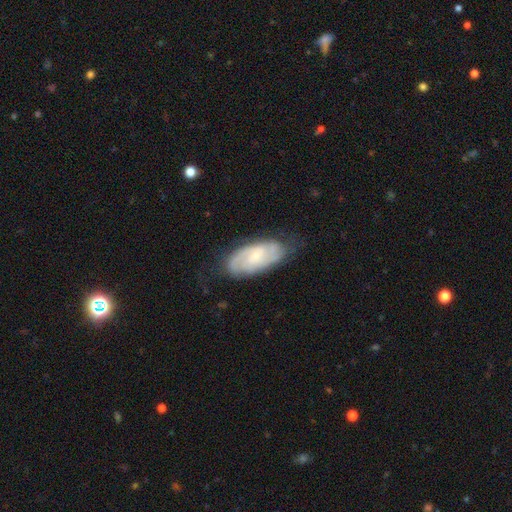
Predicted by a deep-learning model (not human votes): Morphology: type=featured or disk (70%); edge-on=no (93%); bar=no (58%); spiral arms=yes (91%); winding=tight (50%); arm count=2 (44%); bulge=small (71%); merging=none (69%).